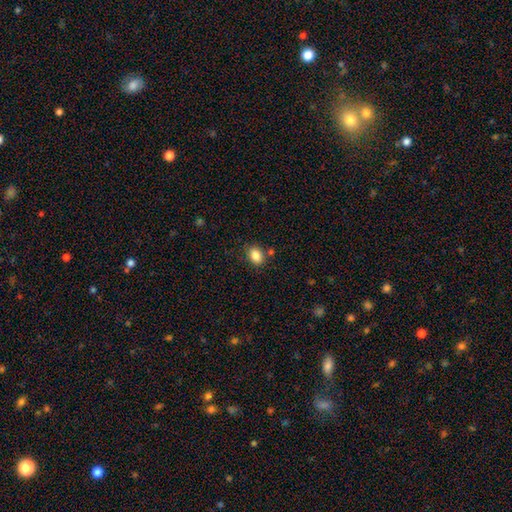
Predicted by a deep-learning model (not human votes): The model was most divided on "how rounded": in between: 74%, round: 24%, cigar-shaped: 1%. More confident: smooth or featured — smooth (85%); merging — none (79%).